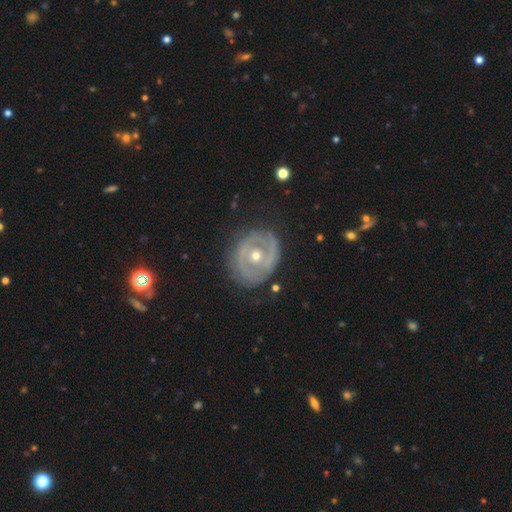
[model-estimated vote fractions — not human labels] featured or disk 78%, smooth 16%, star or artifact 6%. Down the decision tree: edge-on disk — no (96%); bar — no (65%); spiral arms — yes (59%); bulge size — moderate (60%); merging — none (77%).